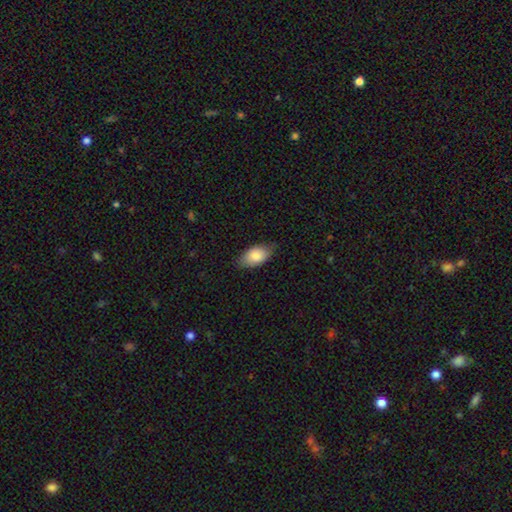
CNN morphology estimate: Smooth or featured?
  - smooth: 84% *
  - featured or disk: 10%
  - star or artifact: 6%
How rounded?
  - in between: 93% *
  - round: 4%
  - cigar-shaped: 3%
Merging?
  - none: 75% *
  - minor disturbance: 21%
  - major disturbance: 3%
  - merger: 1%